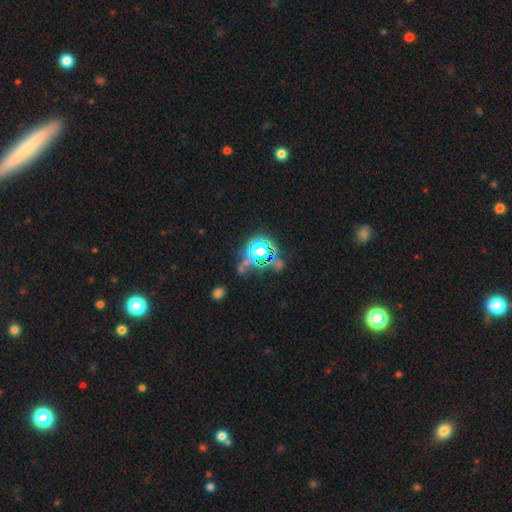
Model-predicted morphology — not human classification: This is likely a star or artifact rather than a galaxy (64%).